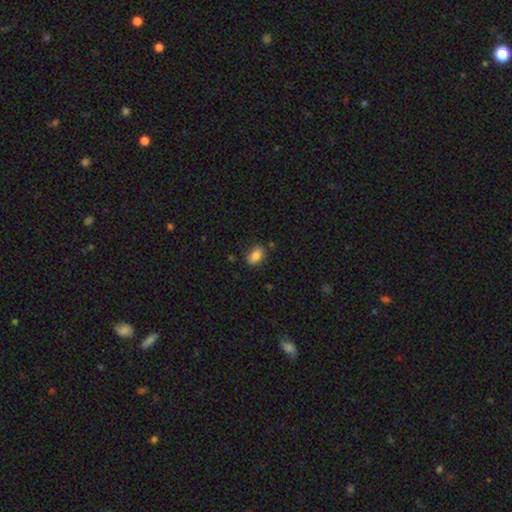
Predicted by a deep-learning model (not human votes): Overall: smooth (83%). How rounded: in between (86%). Merging: none (78%).